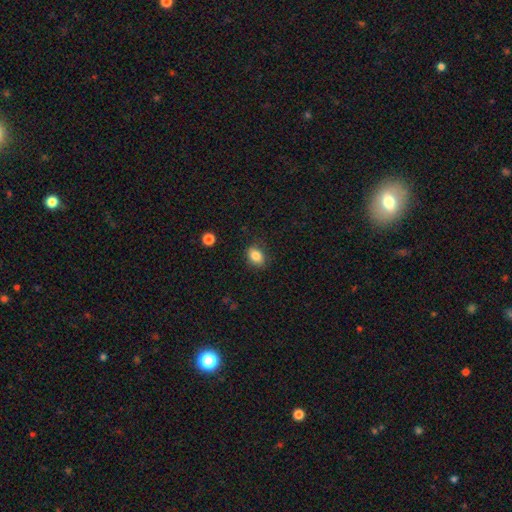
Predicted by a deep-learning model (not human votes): smooth-or-featured: smooth: 85% | star or artifact: 9% | featured or disk: 6%
  how-rounded: in between: 75% | round: 24% | cigar-shaped: 1%
  merging: none: 83% | minor disturbance: 13% | major disturbance: 3% | merger: 1%